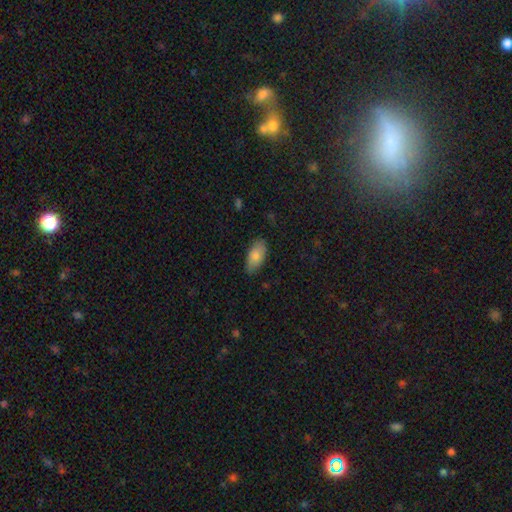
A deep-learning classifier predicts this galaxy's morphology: smooth-or-featured: smooth: 81% | featured or disk: 13% | star or artifact: 6%
  how-rounded: in between: 91% | cigar-shaped: 6% | round: 3%
  merging: none: 80% | minor disturbance: 16% | major disturbance: 3% | merger: 1%